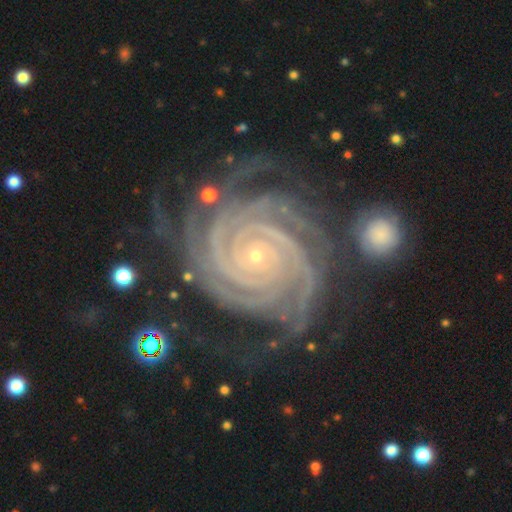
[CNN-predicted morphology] featured or disk 93%, star or artifact 5%, smooth 2%. Down the decision tree: edge-on disk — no (98%); bar — no (73%); spiral arms — yes (99%); spiral arm count — 4 (29%); spiral winding — tight (89%); bulge size — small (88%); merging — none (72%).